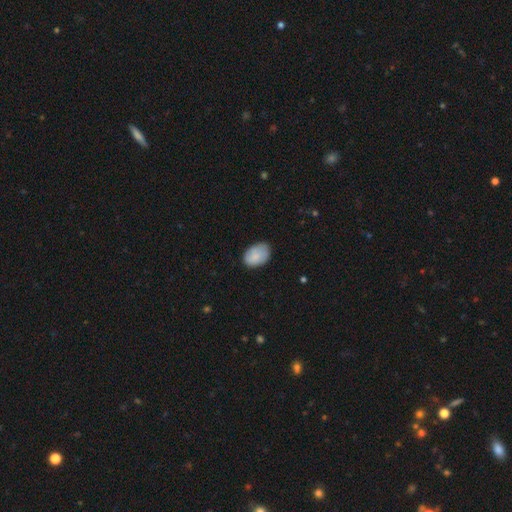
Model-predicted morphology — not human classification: smooth-or-featured: smooth: 85% | featured or disk: 9% | star or artifact: 7%
  how-rounded: in between: 83% | round: 16% | cigar-shaped: 1%
  merging: none: 77% | minor disturbance: 19% | major disturbance: 3% | merger: 1%